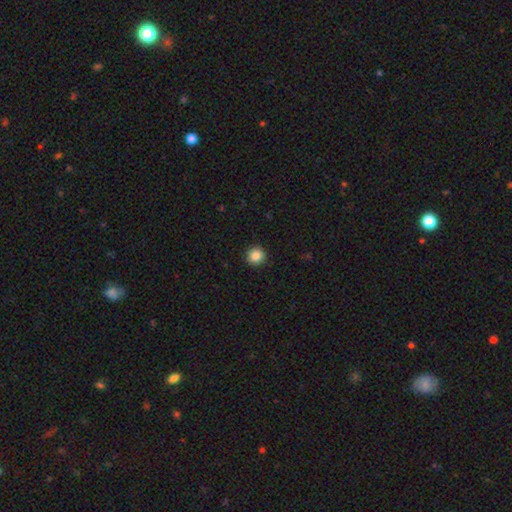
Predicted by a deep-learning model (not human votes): The model was most divided on "smooth or featured": smooth: 86%, star or artifact: 10%, featured or disk: 4%. More confident: how rounded — round (95%); merging — none (92%).